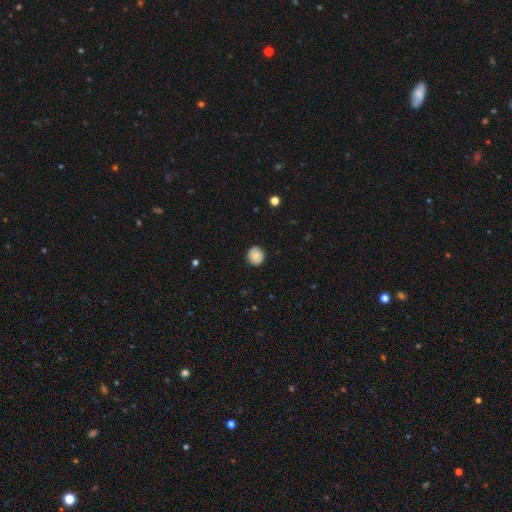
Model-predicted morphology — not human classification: smooth_or_featured: smooth (p=0.70) [alt: featured or disk p=0.23]
how_rounded: round (p=0.92) [alt: in between p=0.07]
merging: none (p=0.89) [alt: minor disturbance p=0.08]